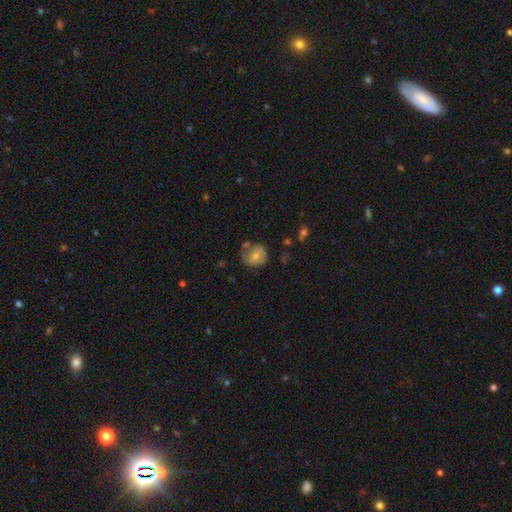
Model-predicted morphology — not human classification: Smooth or featured?
  - smooth: 61% *
  - featured or disk: 31%
  - star or artifact: 8%
How rounded?
  - round: 65% *
  - in between: 34%
  - cigar-shaped: 1%
Merging?
  - none: 51% *
  - minor disturbance: 27%
  - major disturbance: 12%
  - merger: 10%